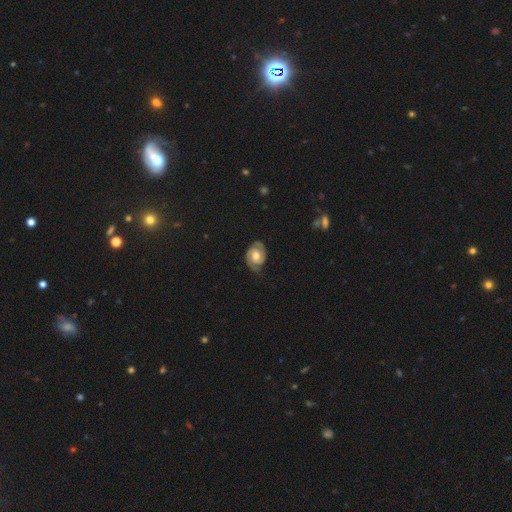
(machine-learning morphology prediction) Q: Smooth or featured?
A: featured or disk (81%); runner-up: smooth (14%)
Q: Edge-on disk?
A: no (97%); runner-up: yes (3%)
Q: Bar?
A: no (66%); runner-up: weak (28%)
Q: Spiral arms?
A: yes (94%); runner-up: no (6%)
Q: Spiral winding?
A: tight (57%); runner-up: medium (34%)
Q: Spiral arm count?
A: 2 (88%); runner-up: can't tell (5%)
Q: Bulge size?
A: moderate (75%); runner-up: small (15%)
Q: Merging?
A: none (76%); runner-up: minor disturbance (17%)